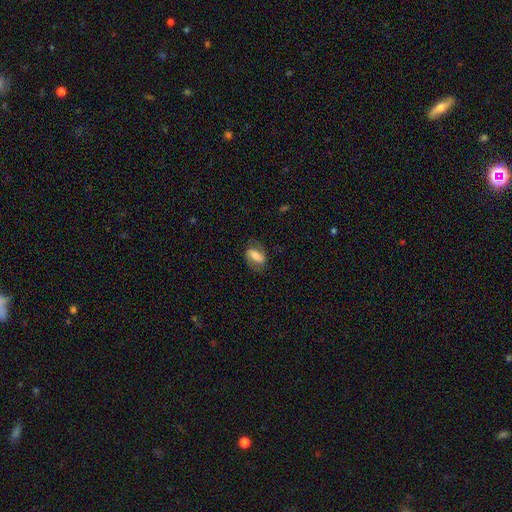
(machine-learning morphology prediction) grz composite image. It shows a smooth galaxy with no disk features (47%). Merging: none (70%).